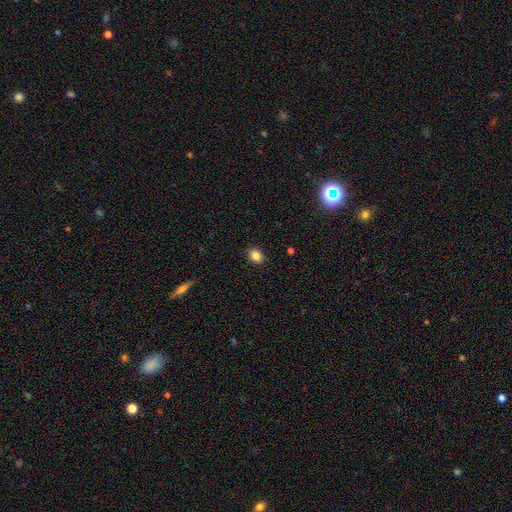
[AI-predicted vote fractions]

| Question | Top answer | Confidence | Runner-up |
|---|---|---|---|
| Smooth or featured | smooth | 85% | star or artifact (10%) |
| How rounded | in between | 57% | round (42%) |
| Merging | none | 89% | minor disturbance (8%) |